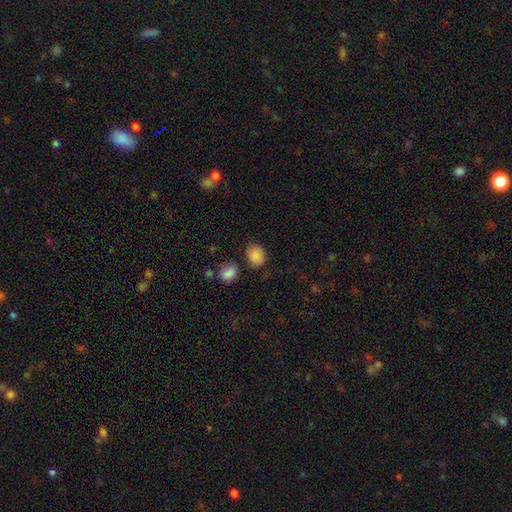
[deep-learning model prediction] Overall: smooth (86%). How rounded: round (61%; in between 38%). Merging: none (73%).